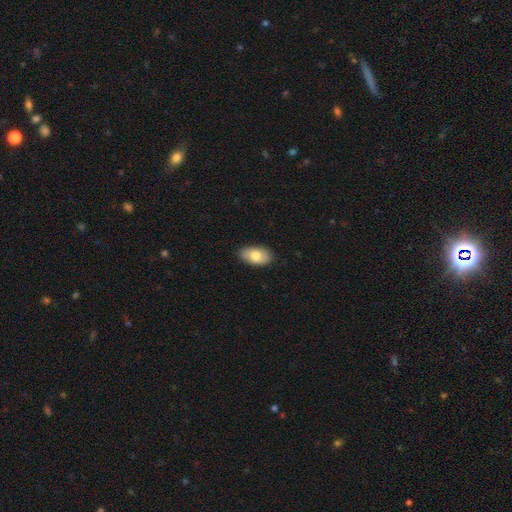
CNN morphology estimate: smooth 77%, featured or disk 17%, star or artifact 6%. Down the decision tree: how rounded — in between (94%); merging — none (86%).